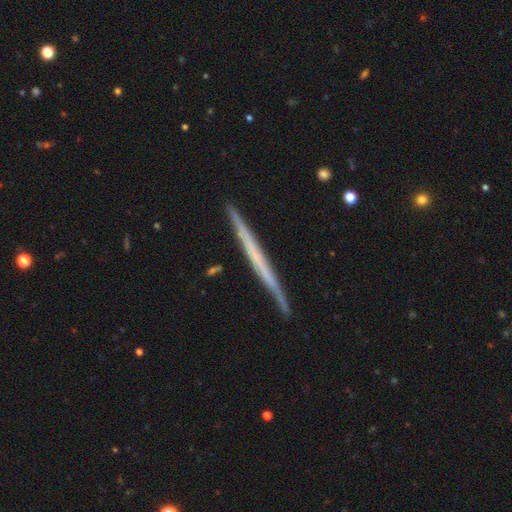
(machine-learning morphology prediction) This is possibly a featured or disk galaxy (58%). It is clearly viewed edge-on (97%). Edge-on bulge: clearly none (92%). Merging: clearly none (89%).